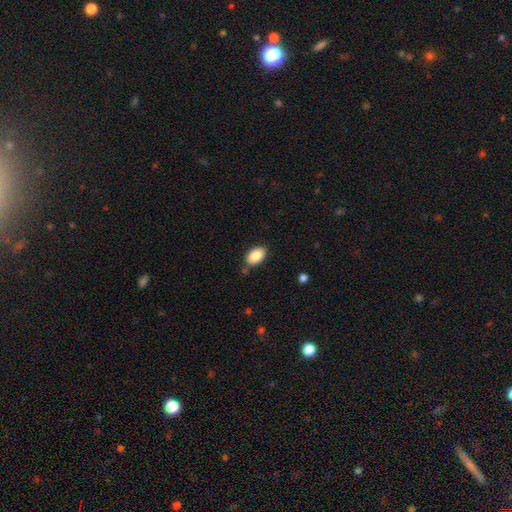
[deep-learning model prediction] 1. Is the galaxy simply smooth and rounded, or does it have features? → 86% smooth, 7% featured or disk, 7% star or artifact.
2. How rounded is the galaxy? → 92% in between, 7% round, 1% cigar-shaped.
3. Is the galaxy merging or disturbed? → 81% none, 13% minor disturbance, 3% merger, 3% major disturbance.